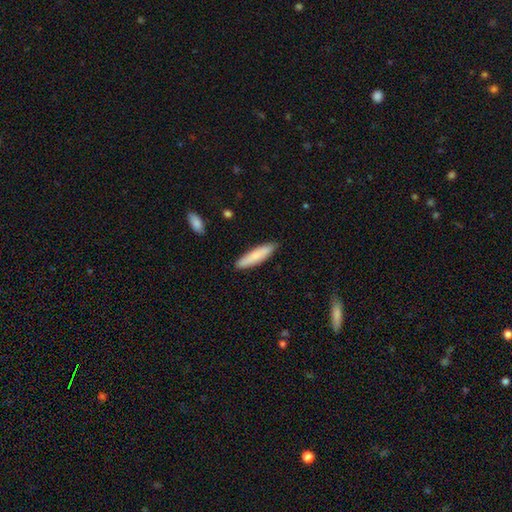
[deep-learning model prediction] A smooth galaxy with no disk features (77%) that is cigar-shaped (75%).

Vote fractions:
- Smooth or featured? smooth: 77% / featured or disk: 17% / star or artifact: 6%
- How rounded? cigar-shaped: 75% / in between: 24% / round: 1%
- Merging? none: 87% / minor disturbance: 10% / major disturbance: 2% / merger: 1%